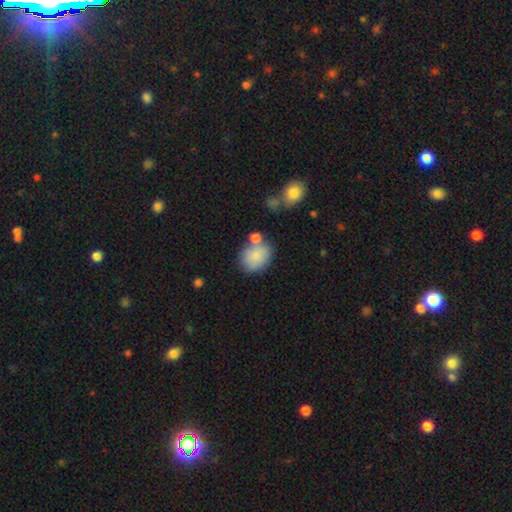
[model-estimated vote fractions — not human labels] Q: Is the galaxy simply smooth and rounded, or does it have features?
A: smooth — 83%.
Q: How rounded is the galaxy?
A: round — 49%, tied with in between.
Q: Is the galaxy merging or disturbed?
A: none — 60%.